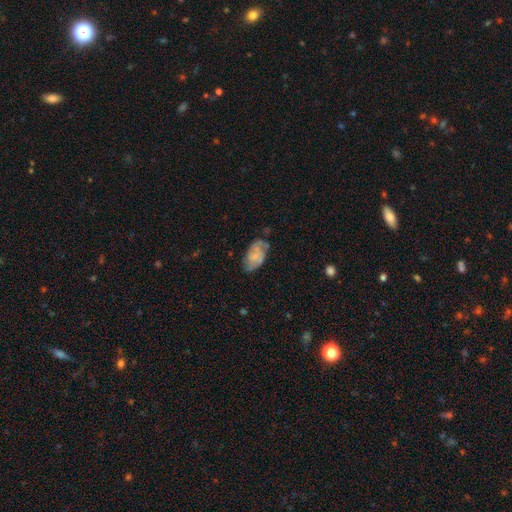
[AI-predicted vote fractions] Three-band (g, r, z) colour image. It shows a featured or disk galaxy (49%). Merging: none (57%).